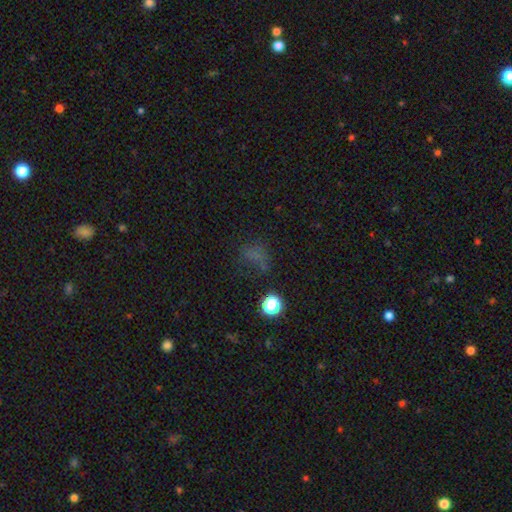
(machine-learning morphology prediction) Smooth or featured?
  - smooth: 48% *
  - star or artifact: 38%
  - featured or disk: 14%
Merging?
  - none: 52% *
  - major disturbance: 22%
  - minor disturbance: 20%
  - merger: 7%